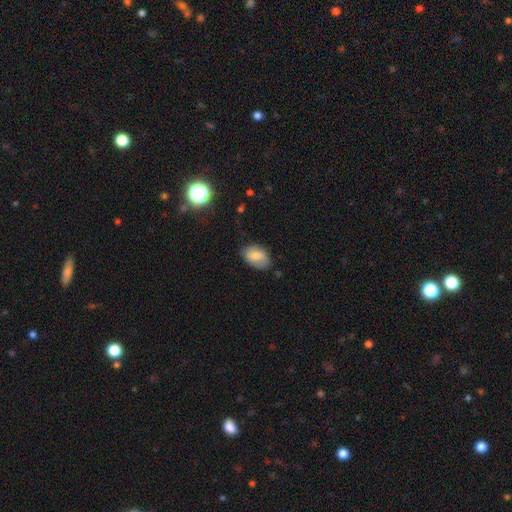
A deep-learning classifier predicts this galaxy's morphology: Overall: smooth (75%). How rounded: in between (89%). Merging: none (69%).